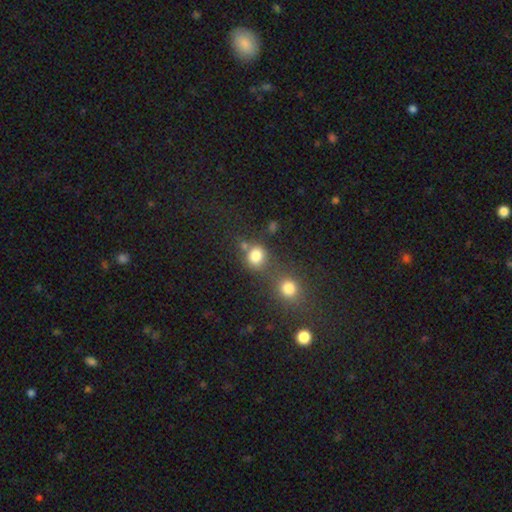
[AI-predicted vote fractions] Smooth or featured? smooth (80%)
How rounded? round (77%)
Merging? none (53%)